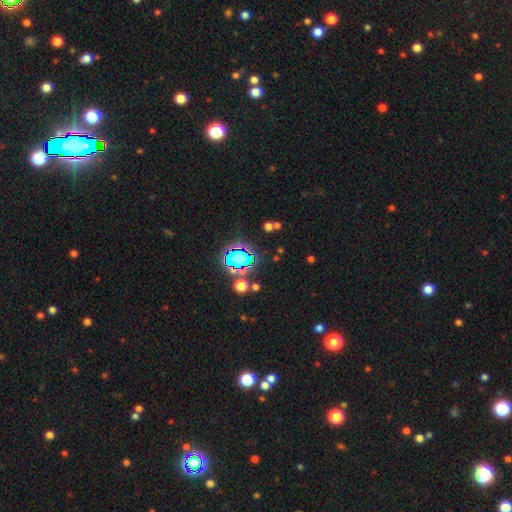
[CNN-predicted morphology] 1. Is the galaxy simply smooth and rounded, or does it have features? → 80% star or artifact, 12% smooth, 8% featured or disk.